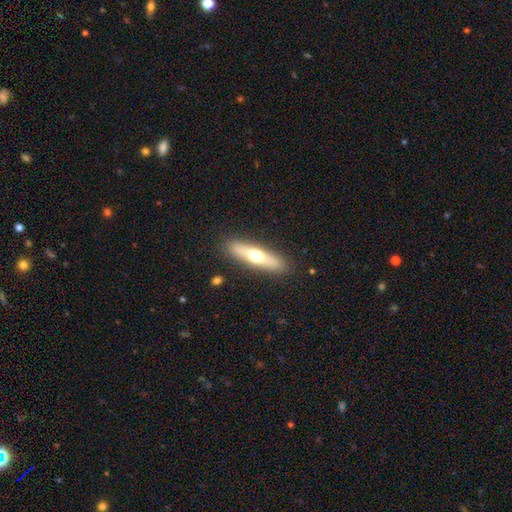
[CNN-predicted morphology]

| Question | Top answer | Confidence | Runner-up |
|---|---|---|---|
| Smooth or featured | smooth | 51% | featured or disk (43%) |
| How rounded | cigar-shaped | 75% | in between (23%) |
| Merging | none | 88% | minor disturbance (8%) |